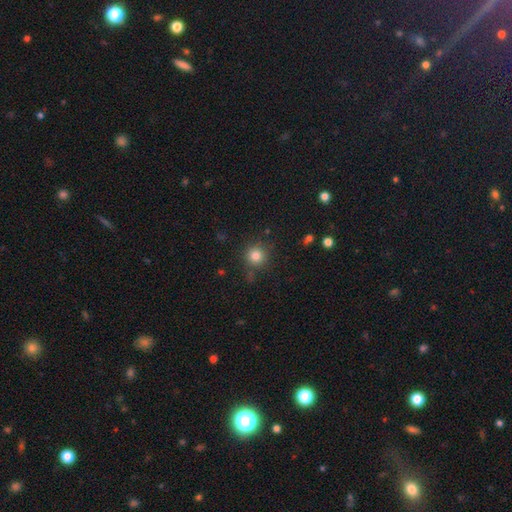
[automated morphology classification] A smooth galaxy with no disk features (82%) that is round (93%).

Vote fractions:
- Smooth or featured? smooth: 82% / star or artifact: 12% / featured or disk: 6%
- How rounded? round: 93% / in between: 6% / cigar-shaped: 1%
- Merging? none: 82% / minor disturbance: 11% / merger: 4% / major disturbance: 3%